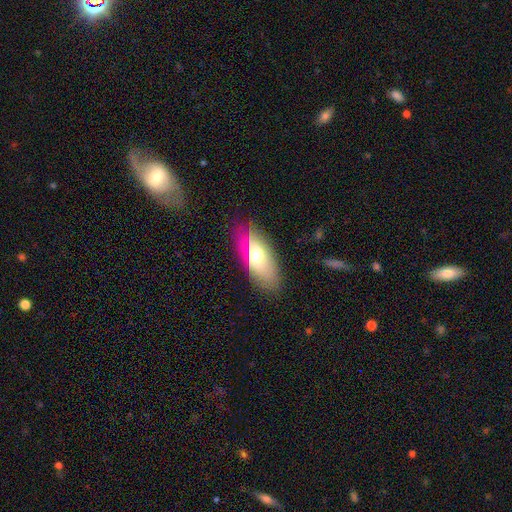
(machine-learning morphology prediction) type=smooth (62%); roundness=in between (82%); merging=none (76%).